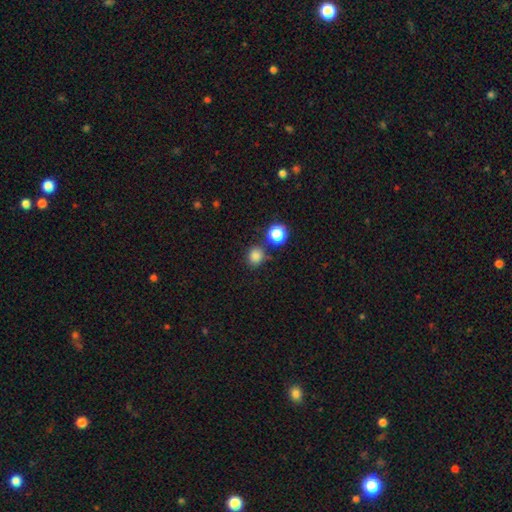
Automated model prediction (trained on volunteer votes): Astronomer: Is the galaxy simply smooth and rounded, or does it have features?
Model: smooth — 82%.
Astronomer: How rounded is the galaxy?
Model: round — 82%.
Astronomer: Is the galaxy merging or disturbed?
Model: none — 76%.